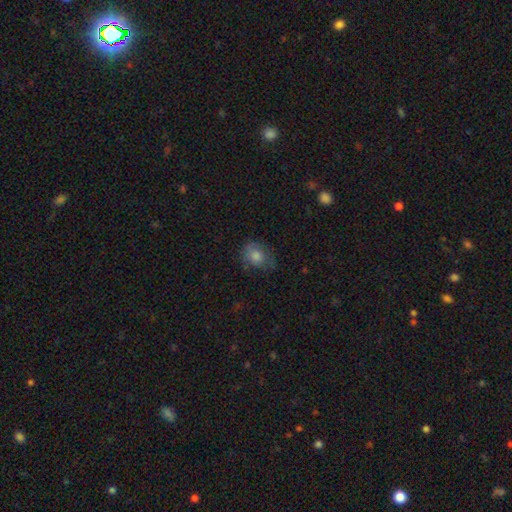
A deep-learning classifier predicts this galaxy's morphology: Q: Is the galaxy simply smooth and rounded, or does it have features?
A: smooth — 71%.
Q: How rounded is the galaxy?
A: round — 54%.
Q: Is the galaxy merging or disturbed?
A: none — 64%.